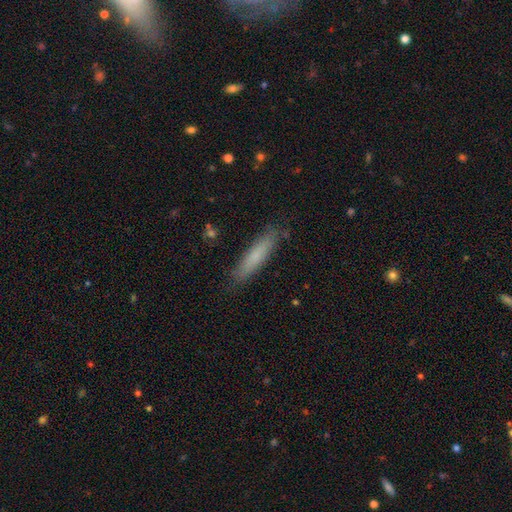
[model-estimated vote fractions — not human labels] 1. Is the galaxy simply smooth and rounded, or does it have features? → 75% smooth, 19% featured or disk, 6% star or artifact.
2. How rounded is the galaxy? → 86% cigar-shaped, 12% in between, 1% round.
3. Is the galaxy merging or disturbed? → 85% none, 11% minor disturbance, 2% major disturbance, 1% merger.